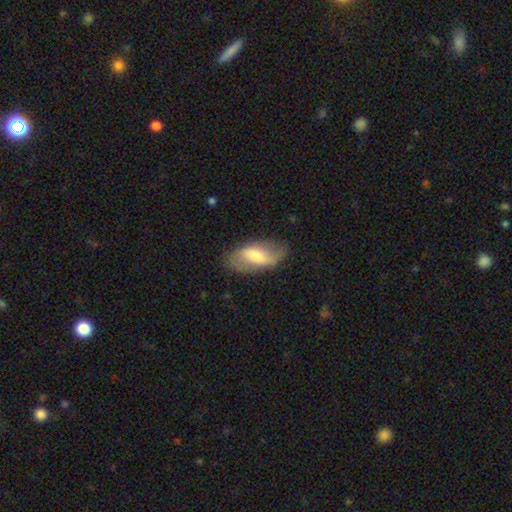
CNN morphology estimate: Q: Smooth or featured?
A: featured or disk (48%); runner-up: smooth (45%)
Q: Merging?
A: none (74%); runner-up: minor disturbance (19%)